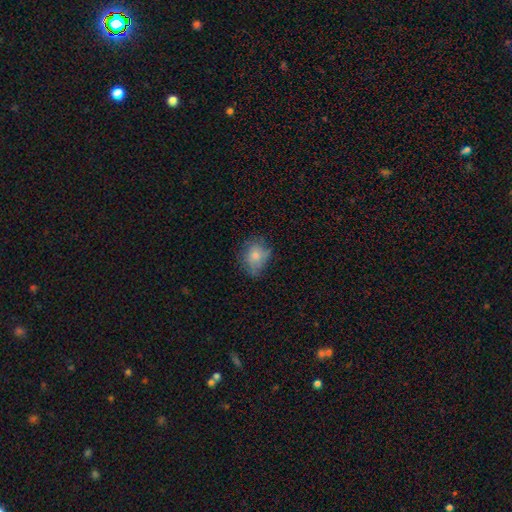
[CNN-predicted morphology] Overall: smooth (71%). How rounded: in between (50%; round 49%). Merging: none (52%; minor disturbance 32%).